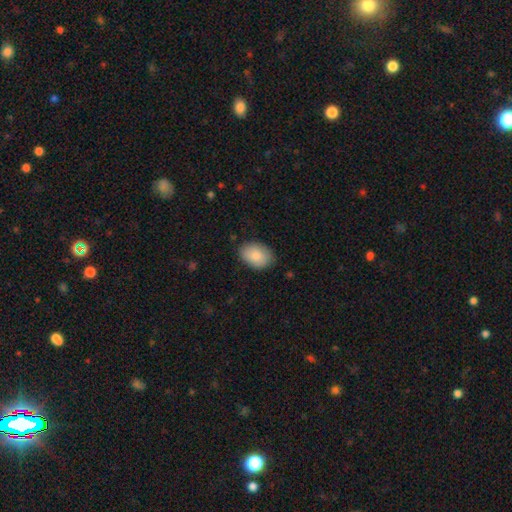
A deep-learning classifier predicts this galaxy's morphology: smooth_or_featured: smooth (p=0.85) [alt: featured or disk p=0.09]
how_rounded: in between (p=0.83) [alt: round p=0.16]
merging: none (p=0.83) [alt: minor disturbance p=0.14]